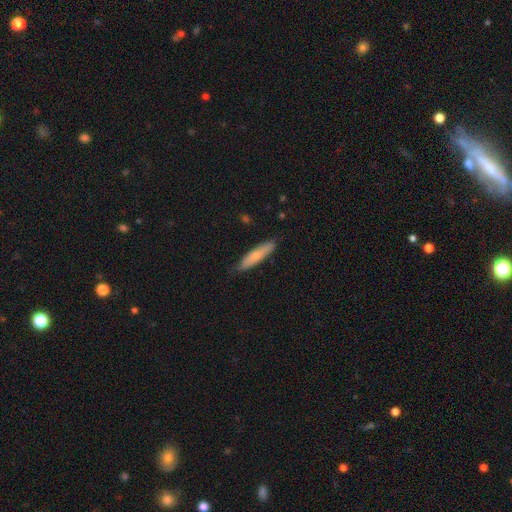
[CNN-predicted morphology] smooth 71%, featured or disk 23%, star or artifact 6%. Down the decision tree: how rounded — cigar-shaped (82%); merging — none (82%).